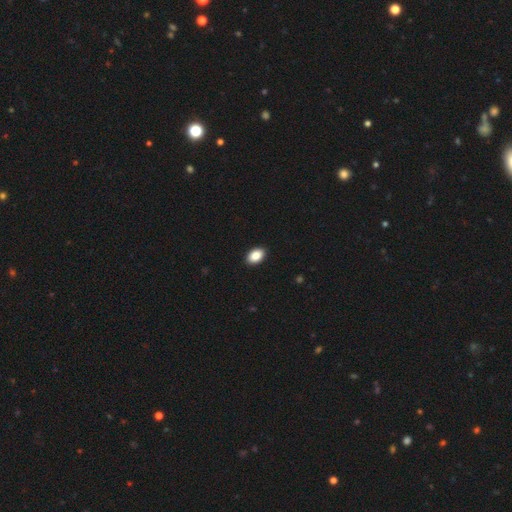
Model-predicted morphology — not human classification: Smooth or featured: smooth — 89% (star or artifact — 7%)
How rounded: in between — 90% (round — 8%)
Merging: none — 91% (minor disturbance — 7%)